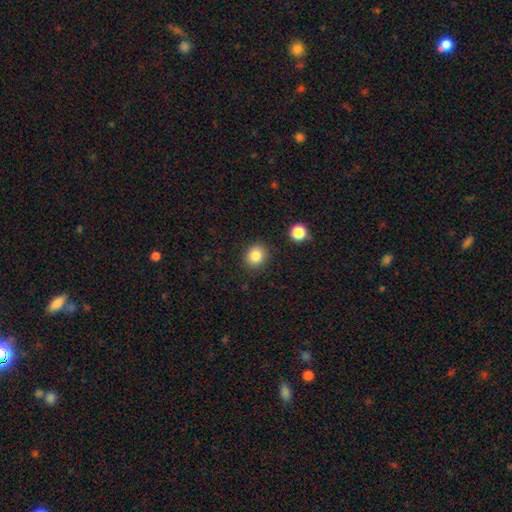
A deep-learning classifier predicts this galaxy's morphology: Smooth or featured? smooth (84%)
How rounded? round (74%)
Merging? none (87%)